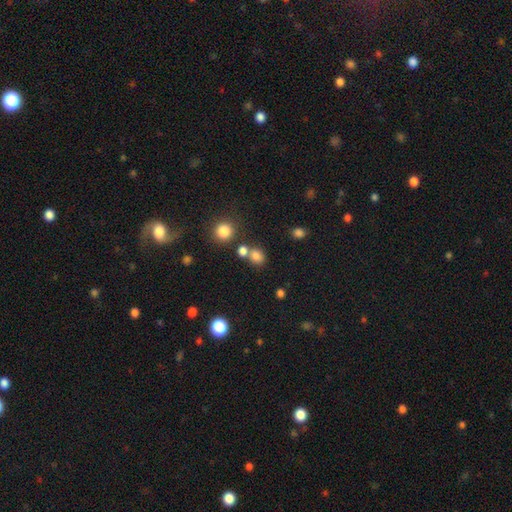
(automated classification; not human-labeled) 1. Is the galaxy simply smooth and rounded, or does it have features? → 78% smooth, 15% star or artifact, 7% featured or disk.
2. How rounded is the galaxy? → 67% round, 32% in between, 1% cigar-shaped.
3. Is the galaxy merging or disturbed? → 57% none, 28% merger, 10% minor disturbance, 4% major disturbance.